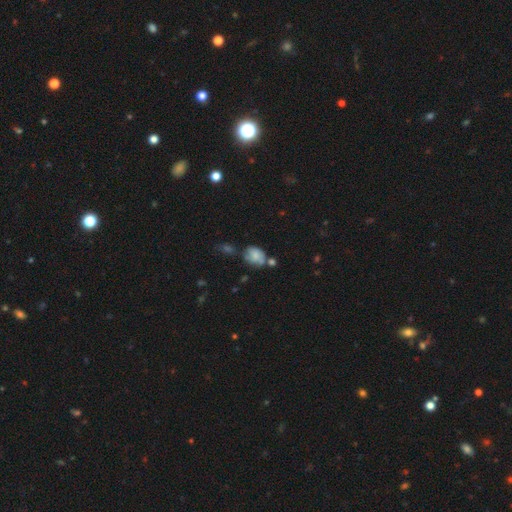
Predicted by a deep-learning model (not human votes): Smooth or featured? Predicted: smooth (p=0.66). How rounded? Predicted: in between (p=0.63). Merging? Predicted: none (p=0.39).